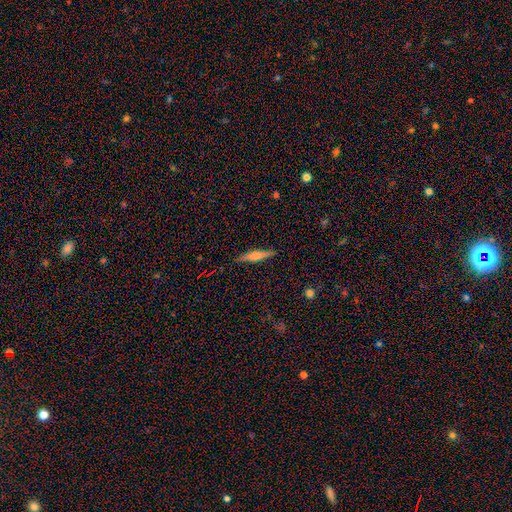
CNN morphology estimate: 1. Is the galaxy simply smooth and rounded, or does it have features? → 47% featured or disk, 45% smooth, 8% star or artifact.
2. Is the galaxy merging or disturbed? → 89% none, 8% minor disturbance, 2% major disturbance, 1% merger.